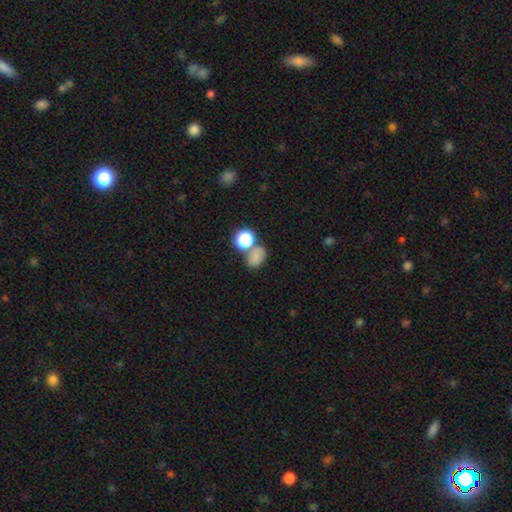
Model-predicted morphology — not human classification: This appears to be a smooth galaxy with no disk features (74%) that is in between round and cigar-shaped (67%). Merging: none (48%).